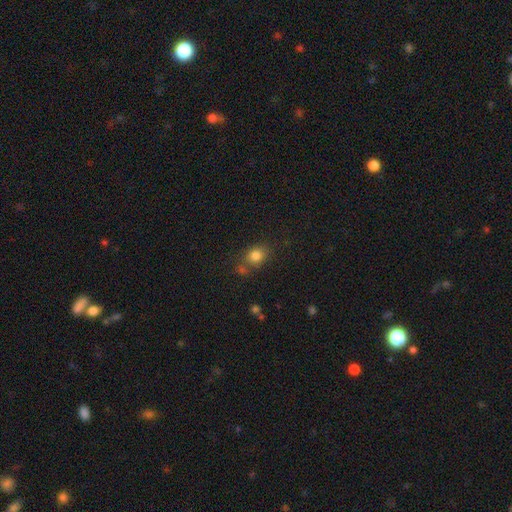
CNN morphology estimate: Q: Smooth or featured?
A: smooth (81%); runner-up: star or artifact (12%)
Q: How rounded?
A: round (57%); runner-up: in between (42%)
Q: Merging?
A: none (64%); runner-up: merger (16%)